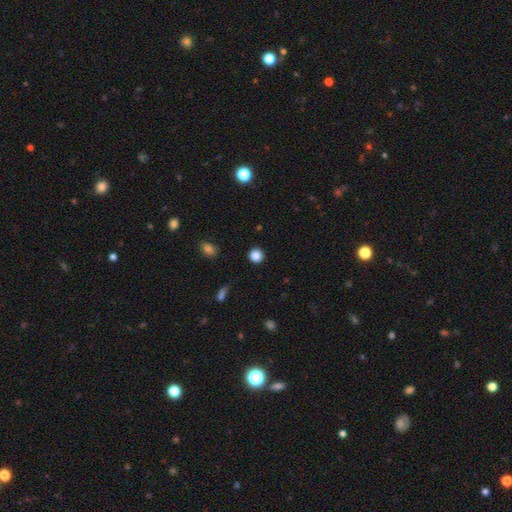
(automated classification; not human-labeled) Smooth or featured? Predicted: smooth (p=0.86). How rounded? Predicted: round (p=0.92). Merging? Predicted: none (p=0.91).